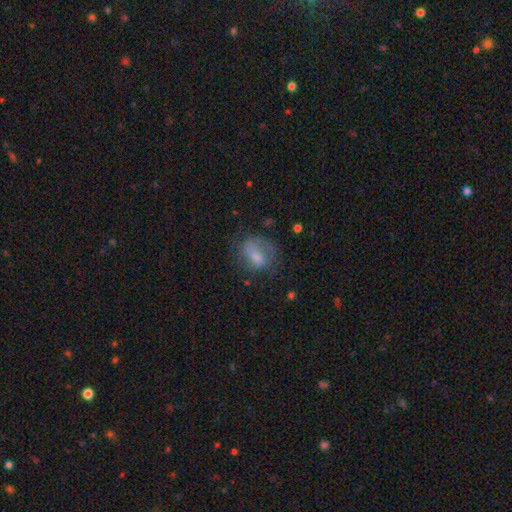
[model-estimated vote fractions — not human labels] Overall: smooth (52%; featured or disk 39%). How rounded: in between (64%; round 34%). Merging: none (47%; major disturbance 25%).